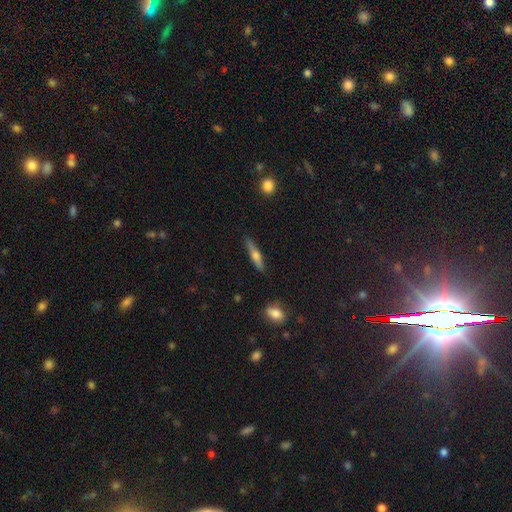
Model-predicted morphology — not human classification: This is possibly a smooth galaxy (50%). Merging: clearly none (85%).